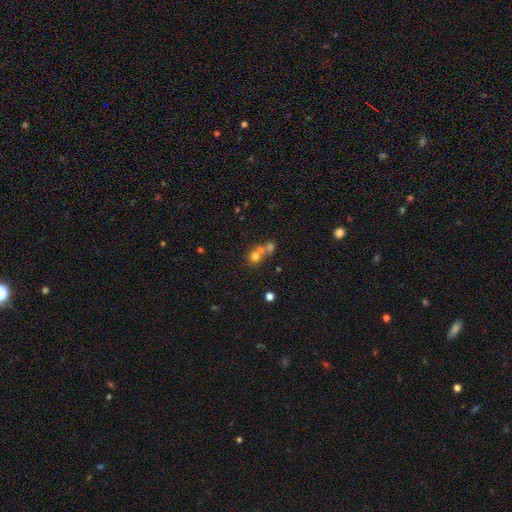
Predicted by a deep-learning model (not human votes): This is likely a smooth galaxy (69%). How rounded: clearly round (83%). Merging: possibly merger (54%).